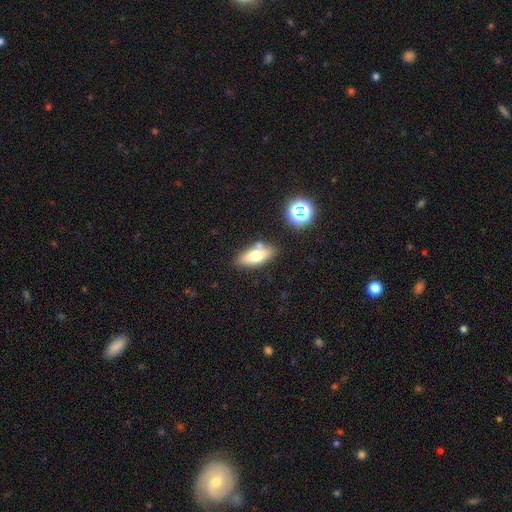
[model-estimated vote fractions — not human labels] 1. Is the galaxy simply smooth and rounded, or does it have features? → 64% smooth, 27% featured or disk, 9% star or artifact.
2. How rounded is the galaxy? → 74% in between, 22% cigar-shaped, 4% round.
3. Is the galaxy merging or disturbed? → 74% none, 13% minor disturbance, 9% merger, 3% major disturbance.